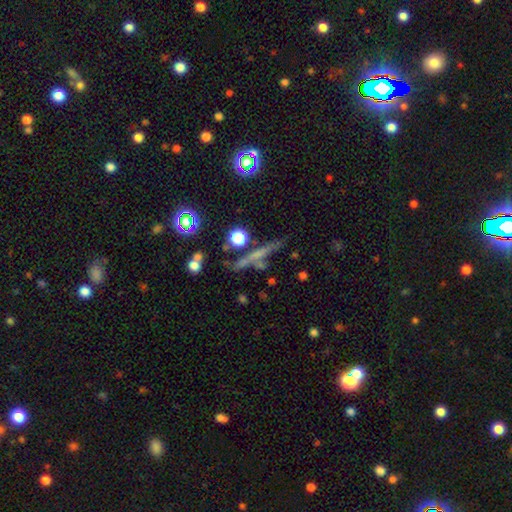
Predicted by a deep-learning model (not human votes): Smooth or featured? Predicted: featured or disk (p=0.44). Merging? Predicted: none (p=0.75).